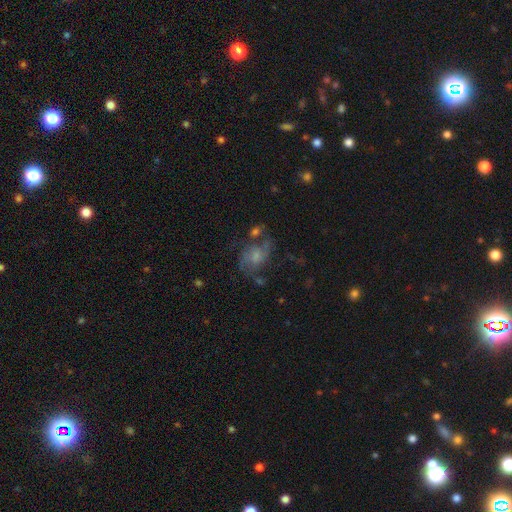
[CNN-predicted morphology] smooth_or_featured: featured or disk (p=0.60) [alt: smooth p=0.28]
disk_edge_on: no (p=0.97) [alt: yes p=0.03]
bar: no (p=0.64) [alt: weak p=0.31]
has_spiral_arms: yes (p=0.82) [alt: no p=0.18]
bulge_size: small (p=0.44) [alt: moderate p=0.33]
merging: none (p=0.43) [alt: major disturbance p=0.22]